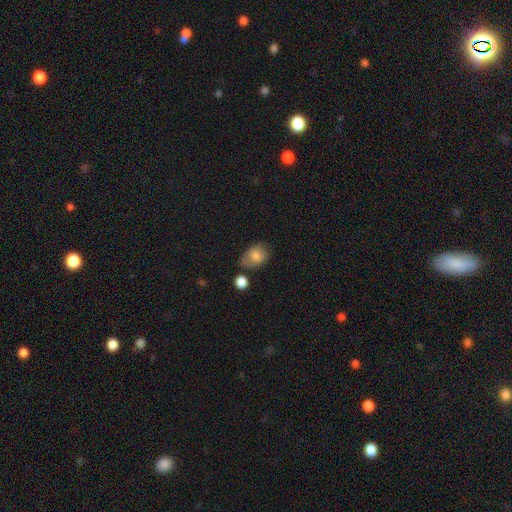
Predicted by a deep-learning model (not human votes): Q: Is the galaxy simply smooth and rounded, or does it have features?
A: smooth — 80%.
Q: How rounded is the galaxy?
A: in between — 76%.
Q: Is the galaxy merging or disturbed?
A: none — 61%.